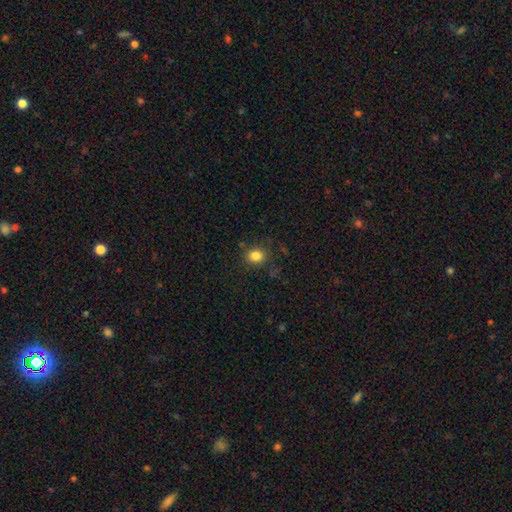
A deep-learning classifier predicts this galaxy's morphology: This appears to be a smooth galaxy with no disk features (83%) that is round (70%). Merging: none (84%).